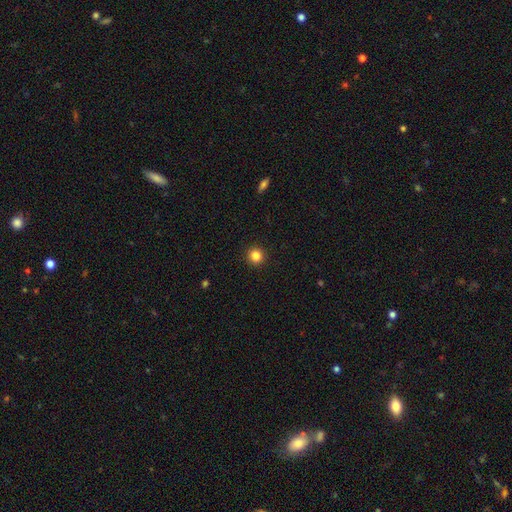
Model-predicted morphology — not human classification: A smooth galaxy with no disk features (85%) that is round (95%).

Vote fractions:
- Smooth or featured? smooth: 85% / star or artifact: 11% / featured or disk: 4%
- How rounded? round: 95% / in between: 5% / cigar-shaped: 1%
- Merging? none: 93% / minor disturbance: 4% / major disturbance: 2% / merger: 1%